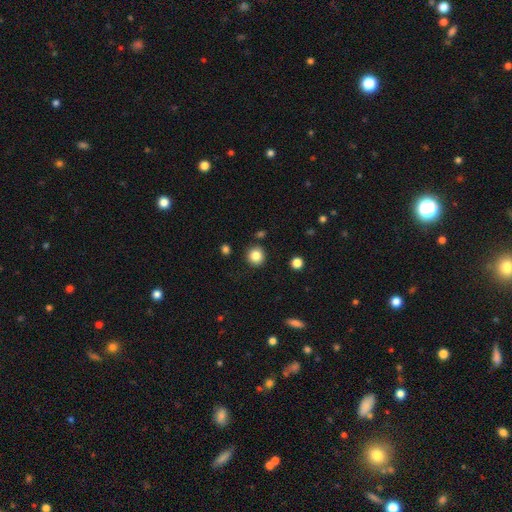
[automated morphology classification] type=smooth (84%); roundness=round (91%); merging=none (87%).